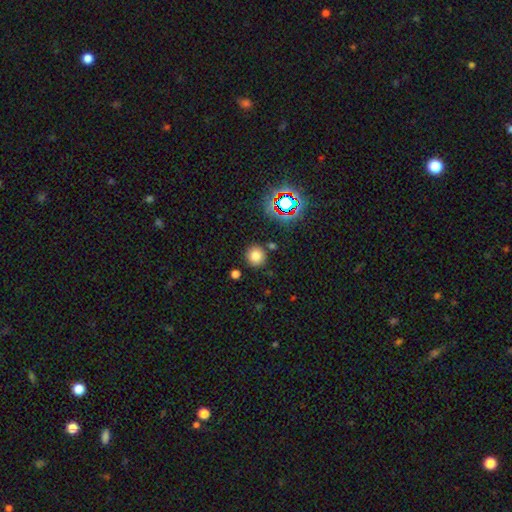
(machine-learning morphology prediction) smooth 76%, star or artifact 16%, featured or disk 8%. Down the decision tree: how rounded — round (92%); merging — none (85%).